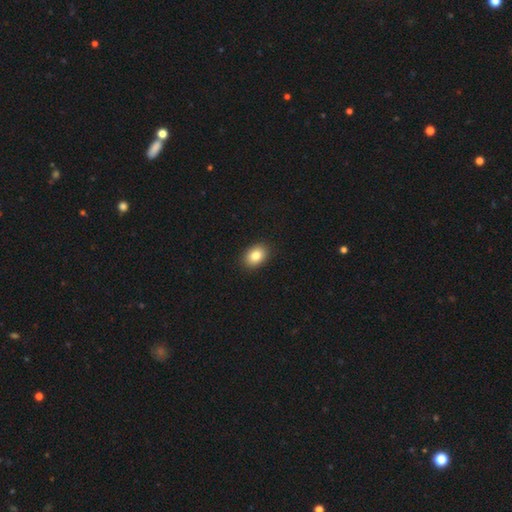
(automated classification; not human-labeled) Morphology: type=smooth (84%); roundness=in between (72%); merging=none (91%).